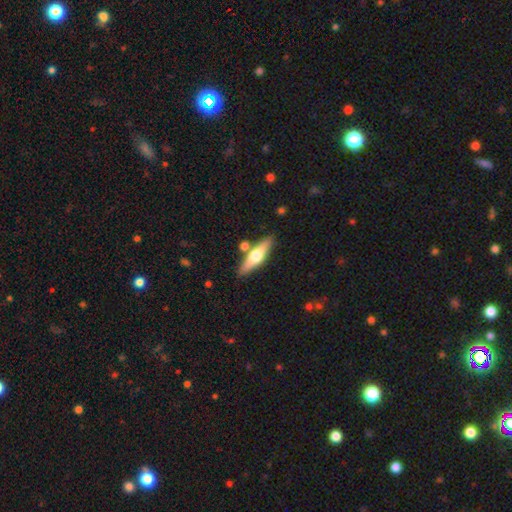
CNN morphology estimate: smooth-or-featured: featured or disk: 56% | smooth: 38% | star or artifact: 5%
  disk-edge-on: yes: 93% | no: 7%
    edge-on-bulge: rounded: 95% | boxy: 3% | none: 2%
  merging: none: 82% | minor disturbance: 9% | merger: 7% | major disturbance: 2%